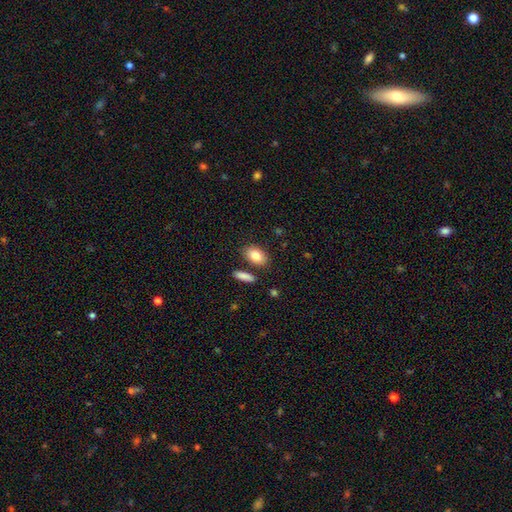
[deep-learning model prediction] smooth-or-featured: smooth: 83% | featured or disk: 10% | star or artifact: 7%
  how-rounded: in between: 89% | round: 9% | cigar-shaped: 3%
  merging: none: 79% | minor disturbance: 10% | merger: 7% | major disturbance: 3%